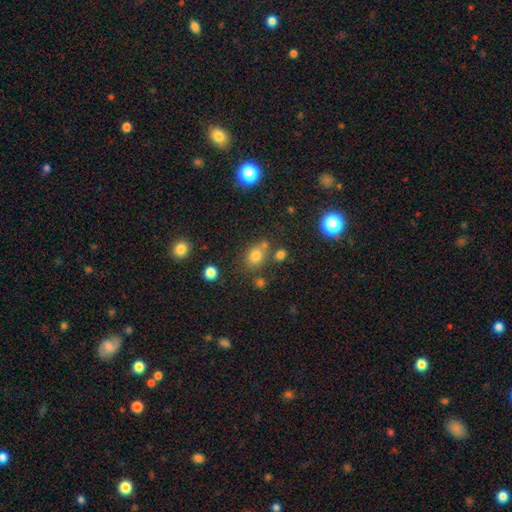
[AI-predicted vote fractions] The model was most divided on "how rounded": round: 59%, in between: 40%, cigar-shaped: 1%. More confident: smooth or featured — smooth (74%); merging — none (64%).